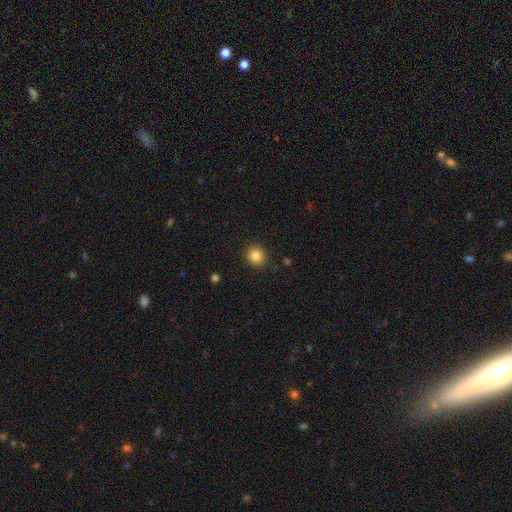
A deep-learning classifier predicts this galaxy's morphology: smooth-or-featured: smooth: 85% | star or artifact: 10% | featured or disk: 5%
  how-rounded: round: 87% | in between: 12% | cigar-shaped: 1%
  merging: none: 89% | minor disturbance: 7% | major disturbance: 2% | merger: 1%